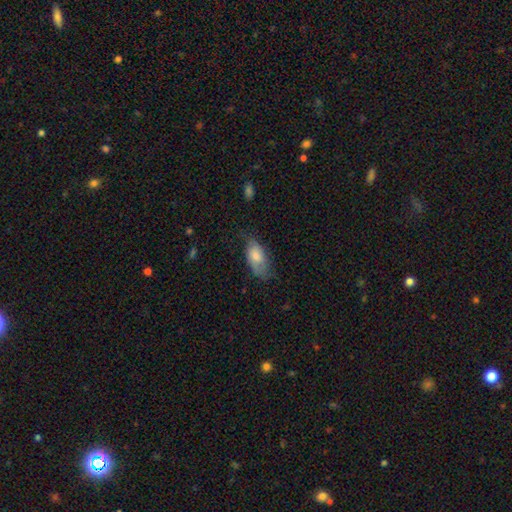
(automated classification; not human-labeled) Morphology: type=smooth (68%); roundness=in between (90%); merging=none (58%).